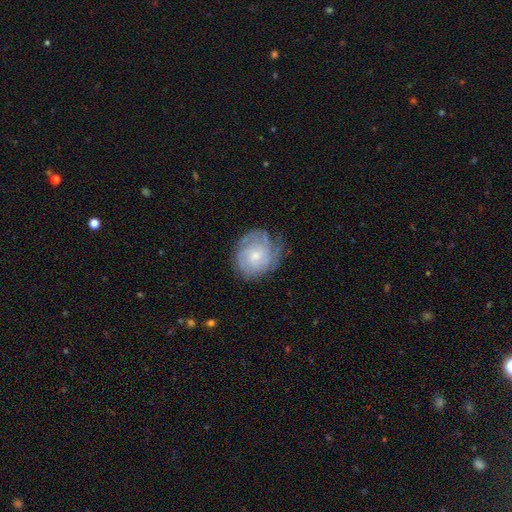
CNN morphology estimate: This is likely a featured or disk galaxy (73%). It is clearly not viewed edge-on (98%). Bar: likely no (74%). Spiral arm pattern: clearly yes (91%). Spiral arm count: possibly can't tell (47%). Spiral winding: likely tight (68%). Central bulge: possibly small (57%). Merging: likely none (65%).